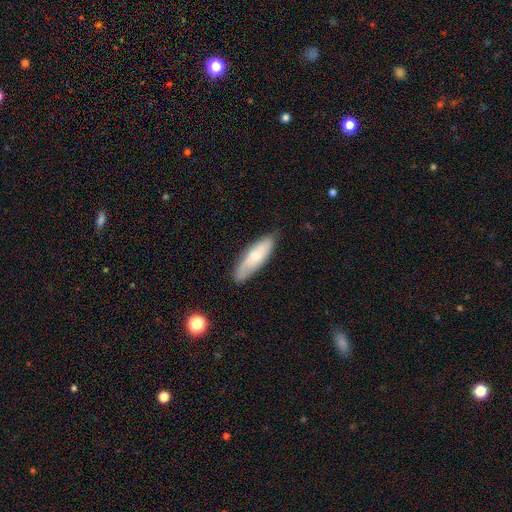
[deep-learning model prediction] Smooth or featured? Predicted: smooth (p=0.67). How rounded? Predicted: cigar-shaped (p=0.52). Merging? Predicted: none (p=0.78).